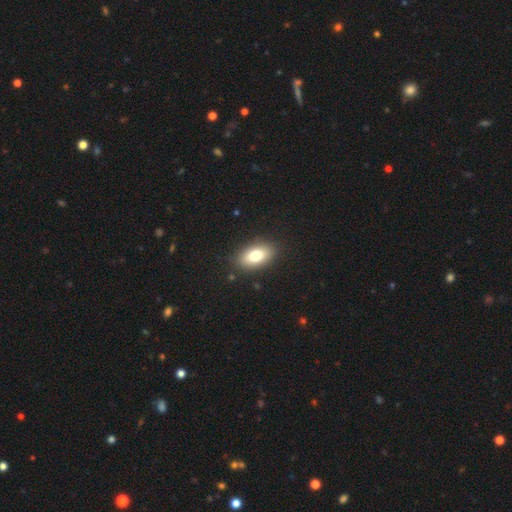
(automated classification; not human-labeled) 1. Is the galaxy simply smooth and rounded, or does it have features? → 78% smooth, 14% featured or disk, 8% star or artifact.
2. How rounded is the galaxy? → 90% in between, 6% round, 4% cigar-shaped.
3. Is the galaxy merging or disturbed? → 87% none, 9% minor disturbance, 3% major disturbance, 1% merger.